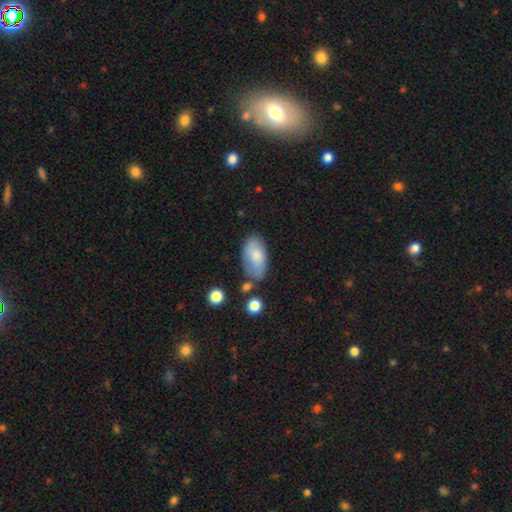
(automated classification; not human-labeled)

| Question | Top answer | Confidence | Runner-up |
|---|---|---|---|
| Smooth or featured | smooth | 76% | featured or disk (17%) |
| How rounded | in between | 94% | round (4%) |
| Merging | none | 62% | minor disturbance (25%) |